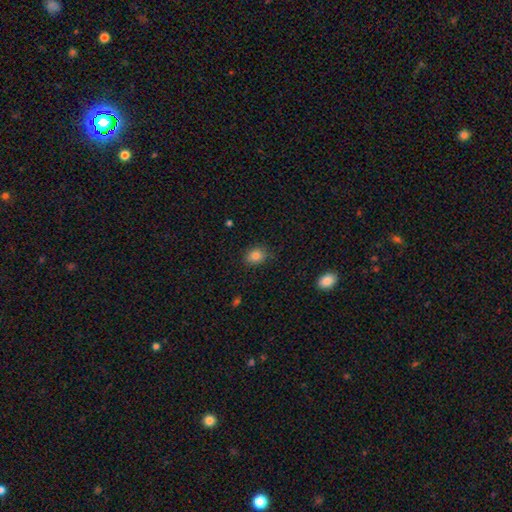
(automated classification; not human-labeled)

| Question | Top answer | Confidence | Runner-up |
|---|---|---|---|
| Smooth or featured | smooth | 83% | star or artifact (11%) |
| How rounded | in between | 50% | round (49%) |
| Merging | none | 81% | minor disturbance (15%) |